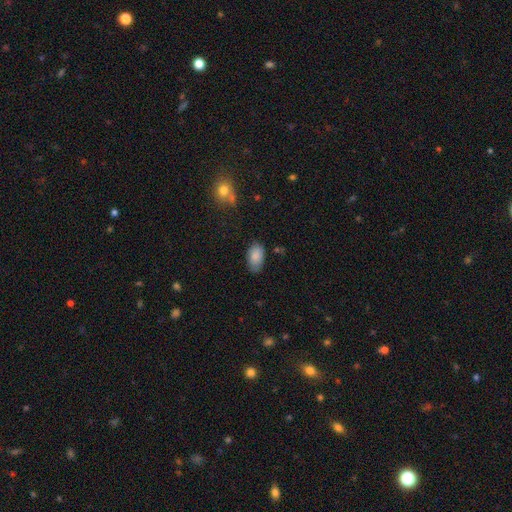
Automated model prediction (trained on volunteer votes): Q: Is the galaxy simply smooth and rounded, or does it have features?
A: smooth — 86%.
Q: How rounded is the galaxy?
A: in between — 94%.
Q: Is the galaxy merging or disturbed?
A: none — 74%.